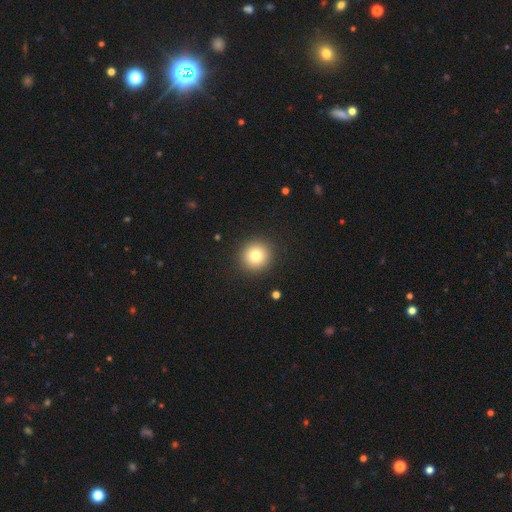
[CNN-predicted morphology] type=smooth (79%); roundness=round (94%); merging=none (92%).